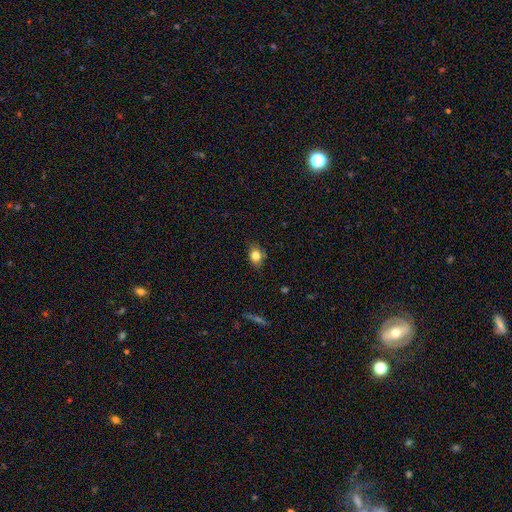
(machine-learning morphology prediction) A smooth galaxy with no disk features (81%) that is in between round and cigar-shaped (63%). Merging: none (80%).